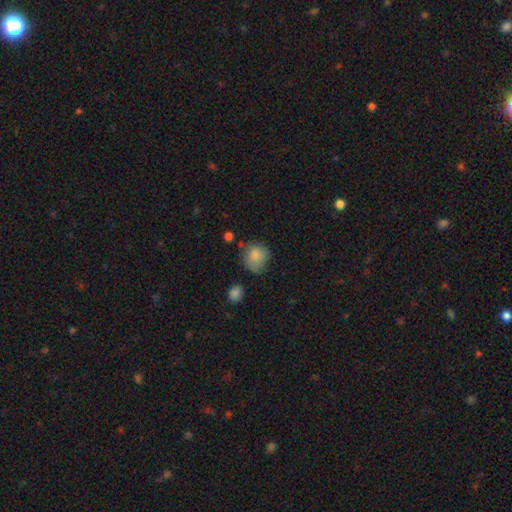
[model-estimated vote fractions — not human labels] smooth 83%, featured or disk 9%, star or artifact 9%. Down the decision tree: how rounded — round (79%); merging — none (53%).